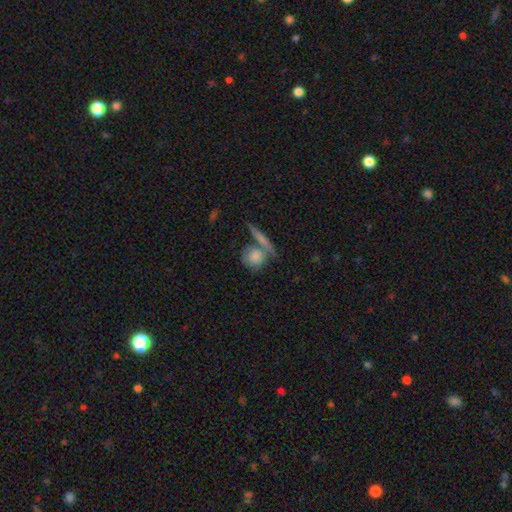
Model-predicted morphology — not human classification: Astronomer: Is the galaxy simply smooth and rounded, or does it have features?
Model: smooth — 70%.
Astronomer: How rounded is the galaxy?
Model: round — 74%.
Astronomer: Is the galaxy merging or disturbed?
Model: none — 56%.